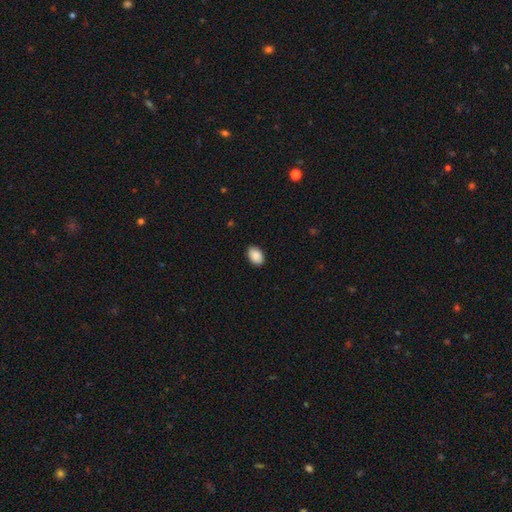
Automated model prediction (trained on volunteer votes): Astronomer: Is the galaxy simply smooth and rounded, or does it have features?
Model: smooth — 89%.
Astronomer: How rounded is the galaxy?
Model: in between — 87%.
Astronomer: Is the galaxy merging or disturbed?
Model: none — 89%.